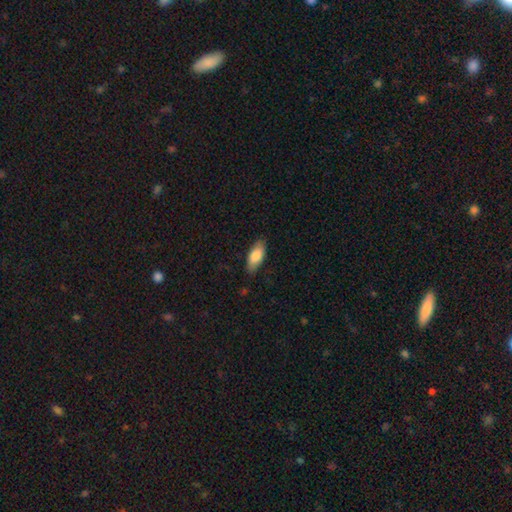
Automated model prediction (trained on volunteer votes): smooth 83%, featured or disk 11%, star or artifact 6%. Down the decision tree: how rounded — in between (86%); merging — none (80%).